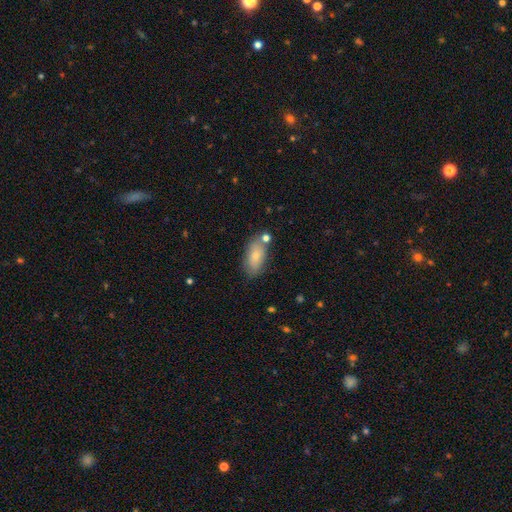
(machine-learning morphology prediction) The model was most divided on "merging": none: 71%, minor disturbance: 16%, merger: 9%, major disturbance: 4%. More confident: how rounded — in between (89%); smooth or featured — smooth (78%).